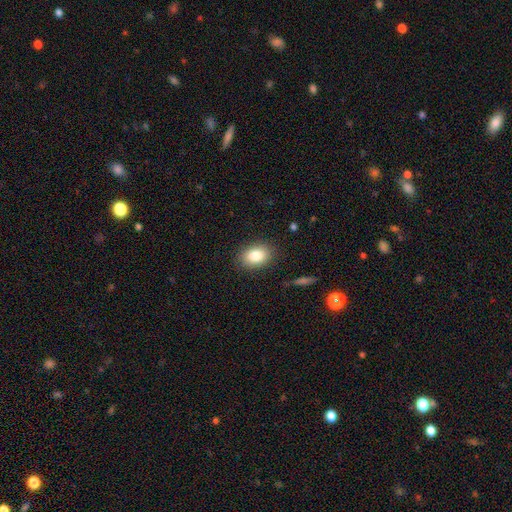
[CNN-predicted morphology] Q: Smooth or featured?
A: smooth (84%); runner-up: star or artifact (8%)
Q: How rounded?
A: in between (79%); runner-up: round (20%)
Q: Merging?
A: none (86%); runner-up: minor disturbance (10%)